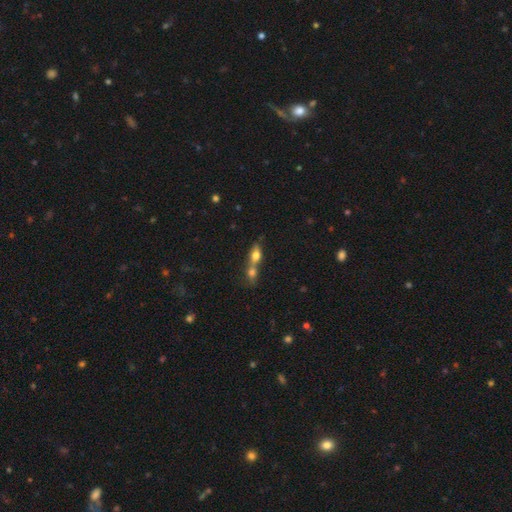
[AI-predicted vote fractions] Q: Smooth or featured?
A: smooth (70%); runner-up: featured or disk (20%)
Q: How rounded?
A: in between (67%); runner-up: round (17%)
Q: Merging?
A: merger (70%); runner-up: none (20%)